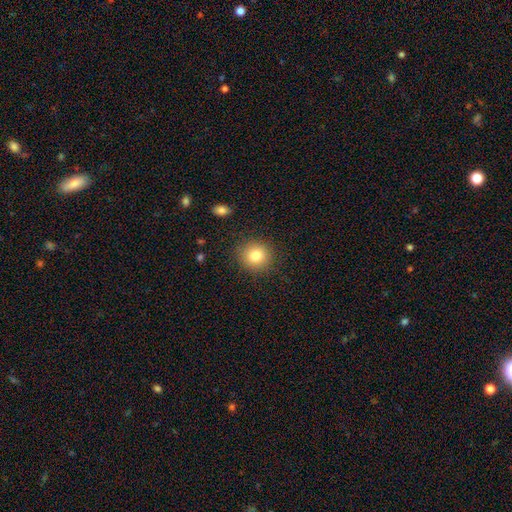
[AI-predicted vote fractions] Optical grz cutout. It shows a smooth galaxy with no disk features (82%) that is round (89%). Merging: none (88%).